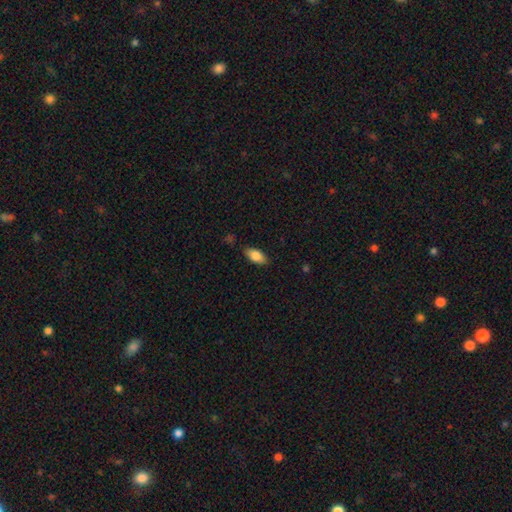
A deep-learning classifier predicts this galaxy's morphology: Smooth or featured? Predicted: smooth (p=0.82). How rounded? Predicted: in between (p=0.90). Merging? Predicted: none (p=0.83).